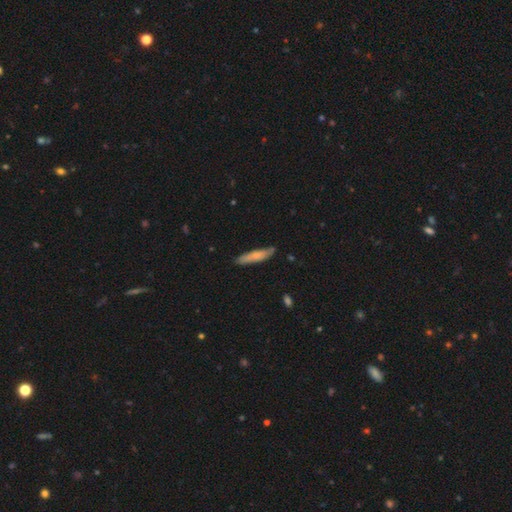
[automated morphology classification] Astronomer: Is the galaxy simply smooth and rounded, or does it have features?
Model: smooth — 69%.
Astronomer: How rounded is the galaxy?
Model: cigar-shaped — 86%.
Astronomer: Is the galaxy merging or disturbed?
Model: none — 82%.